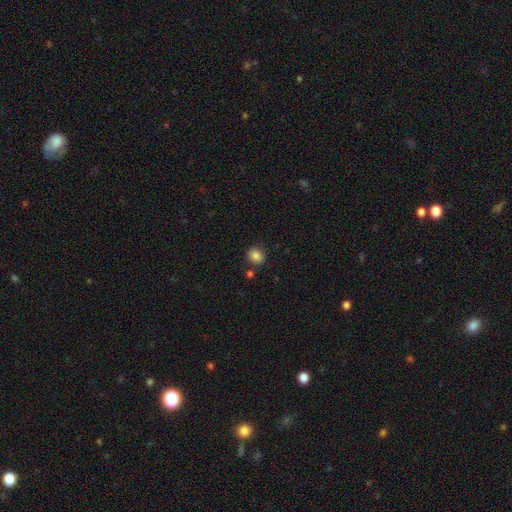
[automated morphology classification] This appears to be a smooth galaxy with no disk features (85%) that is round (65%). Merging: none (82%).